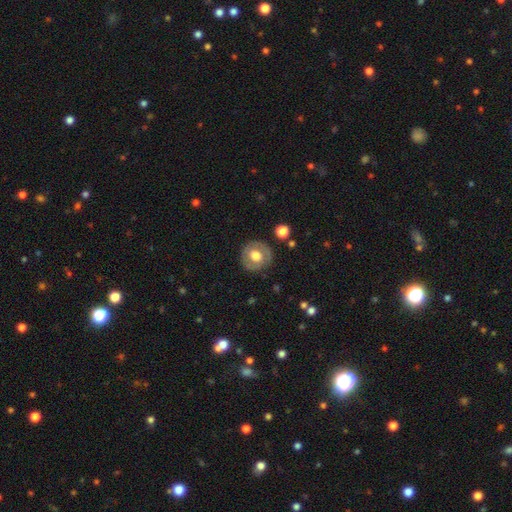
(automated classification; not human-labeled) This appears to be a smooth galaxy with no disk features (49%). Merging: none (83%).